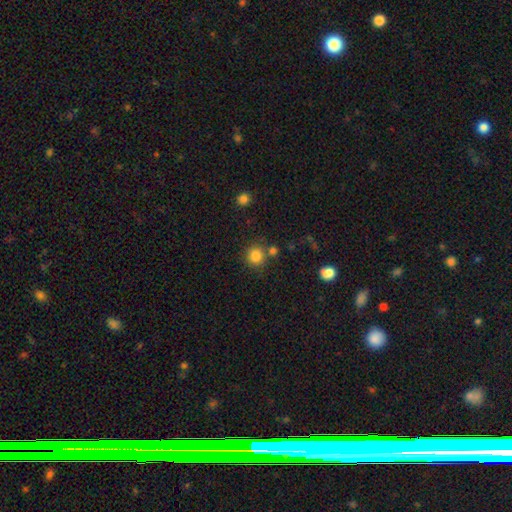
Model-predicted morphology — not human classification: Overall: smooth (83%). How rounded: round (91%). Merging: none (73%).